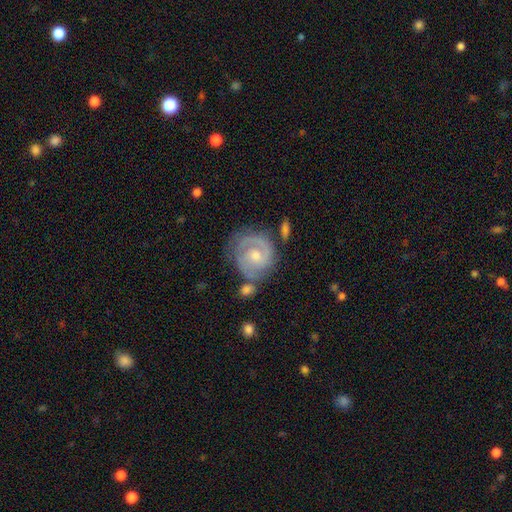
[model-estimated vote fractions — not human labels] featured or disk 84%, smooth 10%, star or artifact 5%. Down the decision tree: edge-on disk — no (98%); bar — no (58%); spiral arms — yes (95%); spiral arm count — 2 (73%); spiral winding — tight (63%); bulge size — moderate (57%); merging — none (68%).